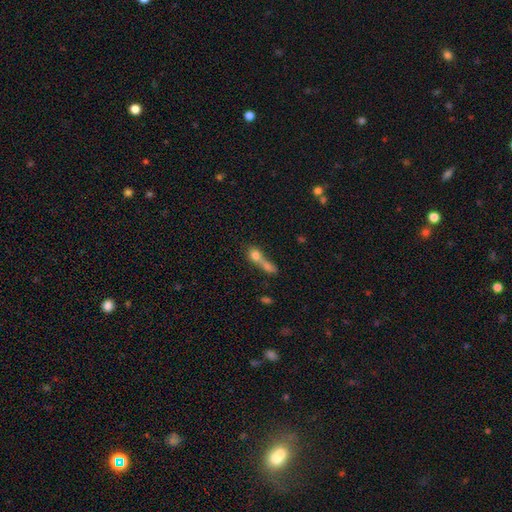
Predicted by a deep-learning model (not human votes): smooth-or-featured: smooth: 71% | featured or disk: 18% | star or artifact: 11%
  how-rounded: round: 50% | in between: 30% | cigar-shaped: 20%
  merging: merger: 58% | none: 24% | major disturbance: 10% | minor disturbance: 8%